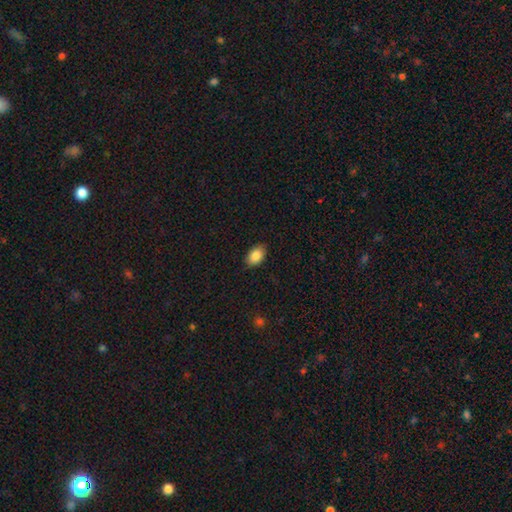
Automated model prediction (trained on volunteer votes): Smooth or featured?
  - smooth: 88% *
  - star or artifact: 7%
  - featured or disk: 5%
How rounded?
  - in between: 89% *
  - round: 10%
  - cigar-shaped: 1%
Merging?
  - none: 87% *
  - minor disturbance: 10%
  - major disturbance: 2%
  - merger: 1%